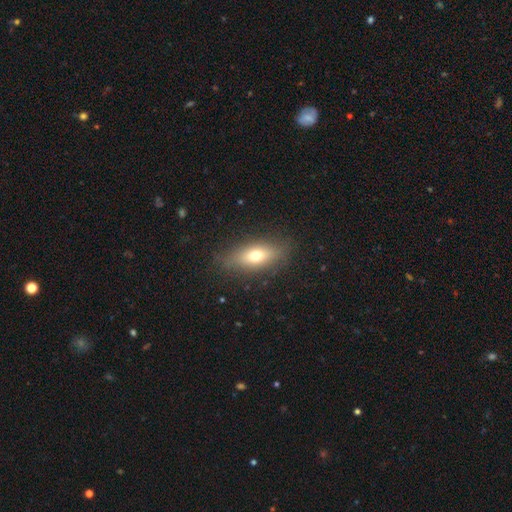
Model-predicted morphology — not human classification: This is likely a smooth galaxy (65%). How rounded: likely in between (71%). Merging: clearly none (82%).